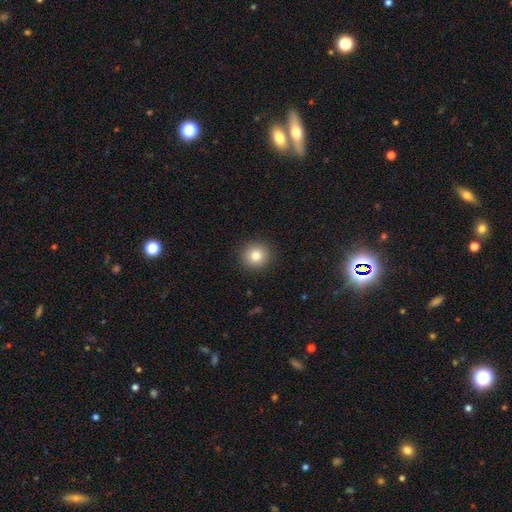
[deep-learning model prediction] The model was most divided on "smooth or featured": smooth: 81%, star or artifact: 11%, featured or disk: 8%. More confident: how rounded — round (92%); merging — none (91%).